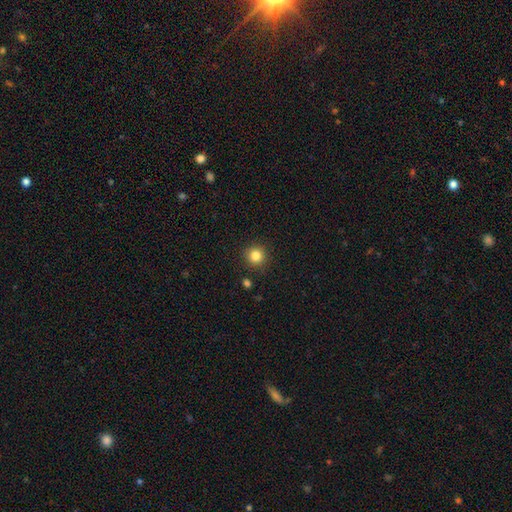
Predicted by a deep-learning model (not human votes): A smooth galaxy with no disk features (83%) that is round (94%).

Vote fractions:
- Smooth or featured? smooth: 83% / star or artifact: 12% / featured or disk: 5%
- How rounded? round: 94% / in between: 5% / cigar-shaped: 1%
- Merging? none: 90% / minor disturbance: 6% / major disturbance: 2% / merger: 2%